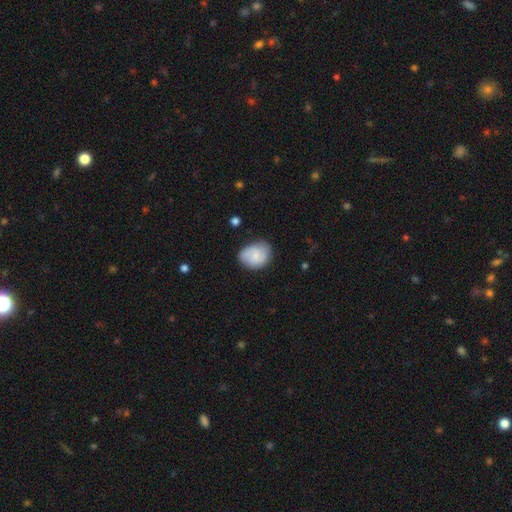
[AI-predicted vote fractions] Smooth or featured?
  - smooth: 57% *
  - featured or disk: 36%
  - star or artifact: 7%
How rounded?
  - in between: 51% *
  - round: 48%
  - cigar-shaped: 1%
Merging?
  - none: 67% *
  - minor disturbance: 25%
  - major disturbance: 6%
  - merger: 2%